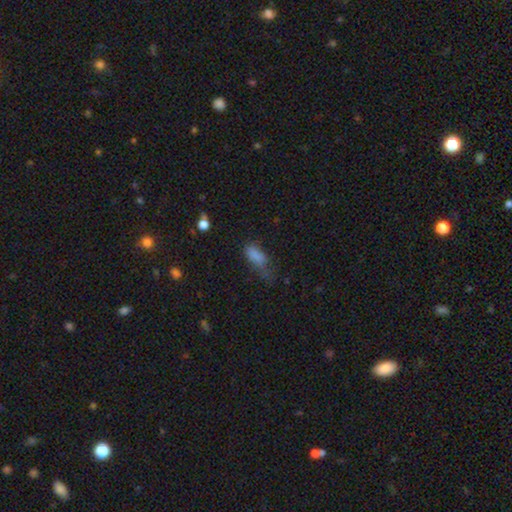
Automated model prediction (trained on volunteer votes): Smooth or featured? smooth (78%)
How rounded? in between (79%)
Merging? minor disturbance (35%)